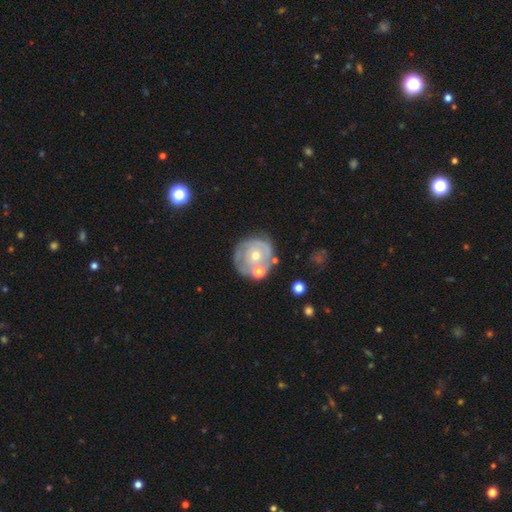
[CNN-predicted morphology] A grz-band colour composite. It shows a featured or disk galaxy (61%) with no bar (87%), no spiral arms (57%) and a moderate central bulge (52%). Merging: none (61%).